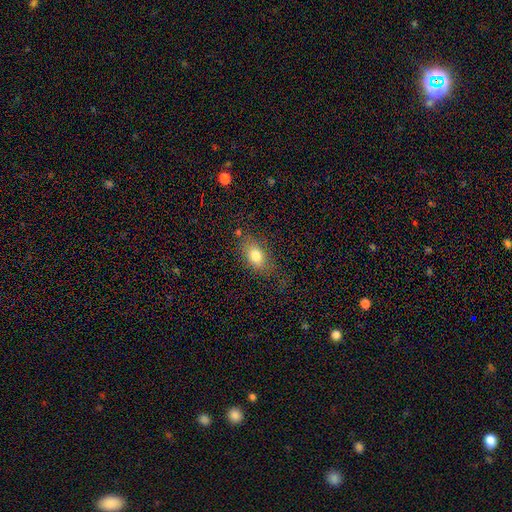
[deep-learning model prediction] smooth_or_featured: smooth (p=0.77) [alt: featured or disk p=0.13]
how_rounded: in between (p=0.82) [alt: round p=0.14]
merging: none (p=0.71) [alt: minor disturbance p=0.19]